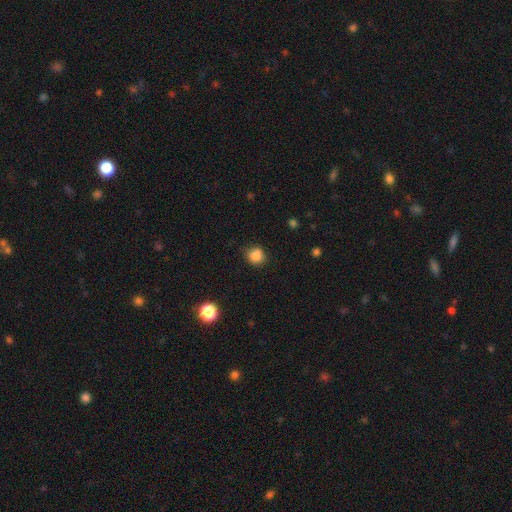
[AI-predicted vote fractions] A smooth galaxy with no disk features (84%) that is round (87%). Merging: none (80%).